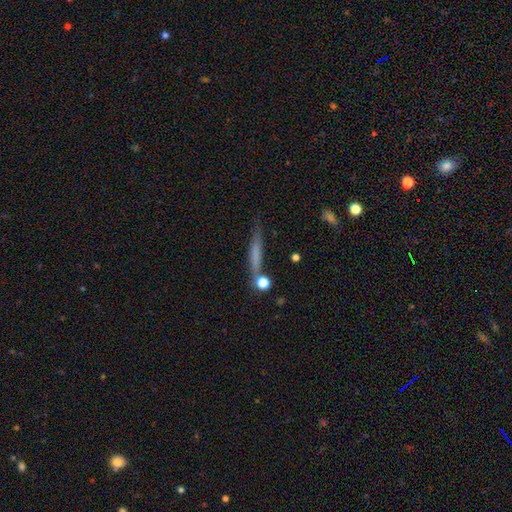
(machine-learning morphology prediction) Smooth or featured? smooth (57%)
How rounded? cigar-shaped (87%)
Merging? none (66%)